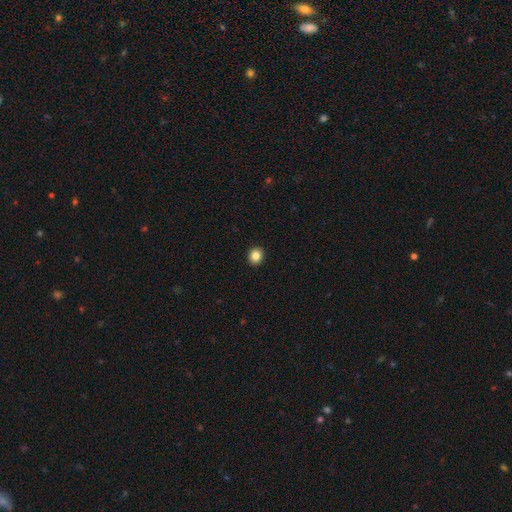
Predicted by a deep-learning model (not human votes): Smooth or featured? Predicted: smooth (p=0.84). How rounded? Predicted: round (p=0.79). Merging? Predicted: none (p=0.93).